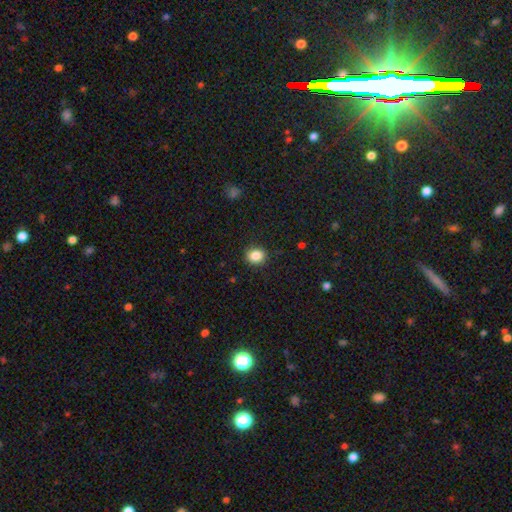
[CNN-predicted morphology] Smooth or featured: smooth — 86% (star or artifact — 10%)
How rounded: round — 65% (in between — 34%)
Merging: none — 88% (minor disturbance — 9%)